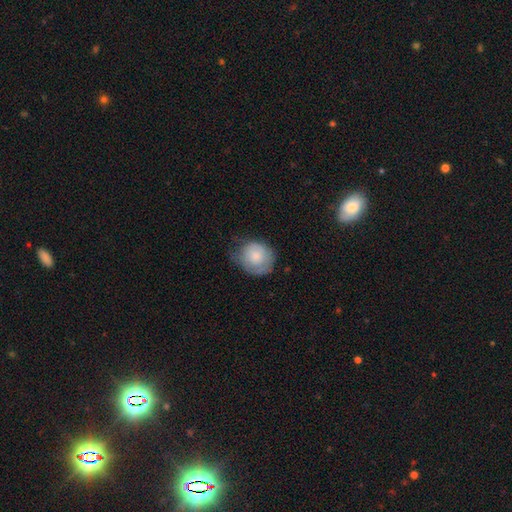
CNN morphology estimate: A smooth galaxy with no disk features (69%) that is round (75%). Merging: none (50%).